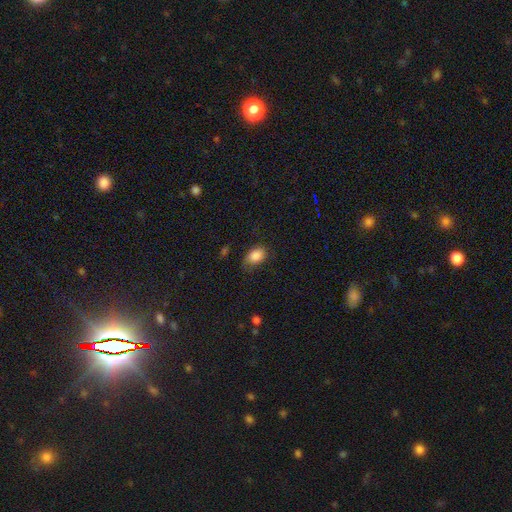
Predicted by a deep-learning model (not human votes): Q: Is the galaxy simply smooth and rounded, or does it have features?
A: smooth — 86%.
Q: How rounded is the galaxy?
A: in between — 79%.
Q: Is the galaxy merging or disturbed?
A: none — 61%.